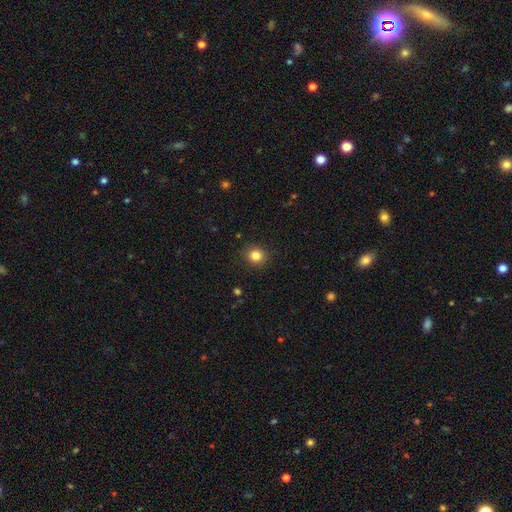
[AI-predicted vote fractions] A smooth galaxy with no disk features (83%) that is round (85%). Merging: none (90%).